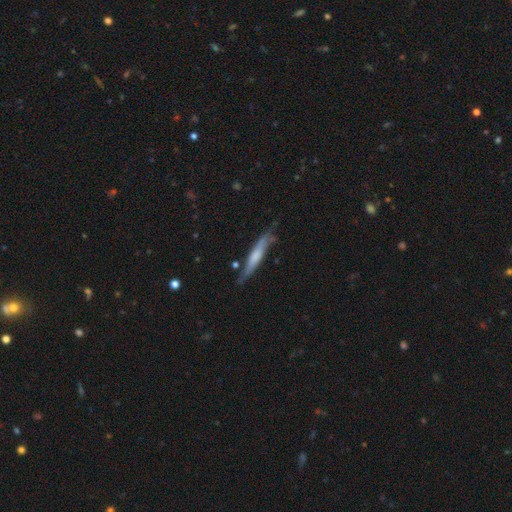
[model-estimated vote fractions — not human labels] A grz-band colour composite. It shows a smooth galaxy with no disk features (53%) that is cigar-shaped (91%). Merging: none (66%).